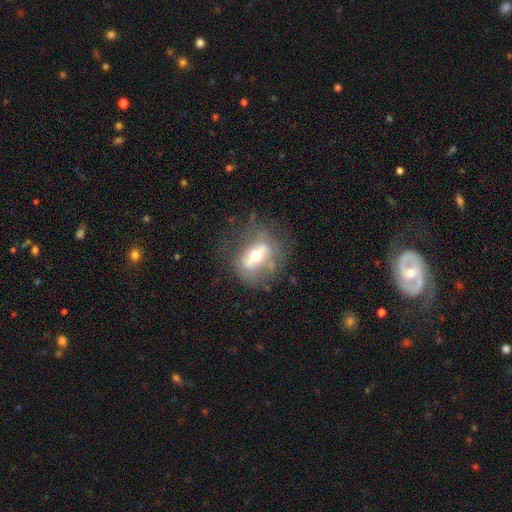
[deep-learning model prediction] featured or disk 56%, smooth 34%, star or artifact 10%. Down the decision tree: edge-on disk — no (84%); merging — none (57%).